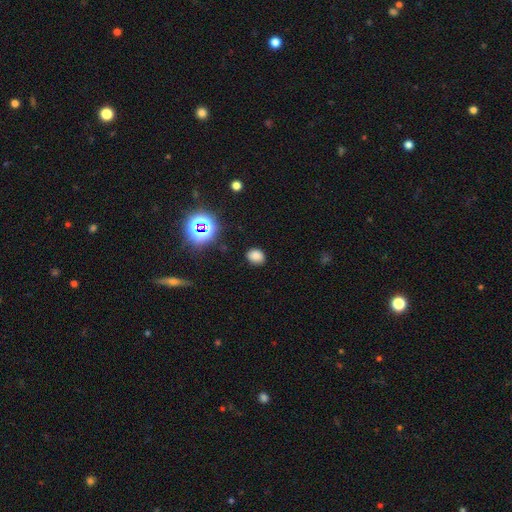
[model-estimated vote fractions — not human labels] Morphology: type=smooth (77%); roundness=round (52%); merging=none (85%).